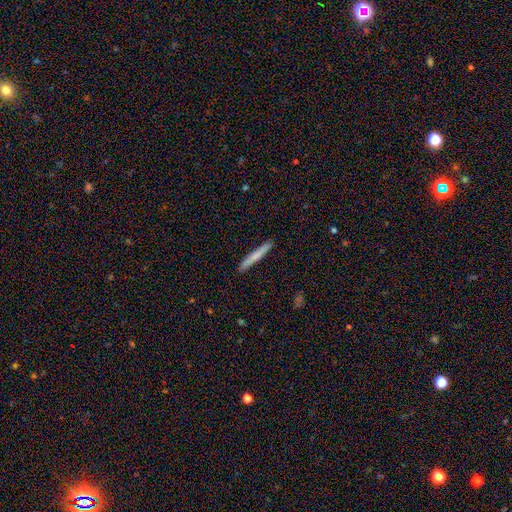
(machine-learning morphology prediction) Smooth or featured? smooth (67%)
How rounded? cigar-shaped (96%)
Merging? none (91%)